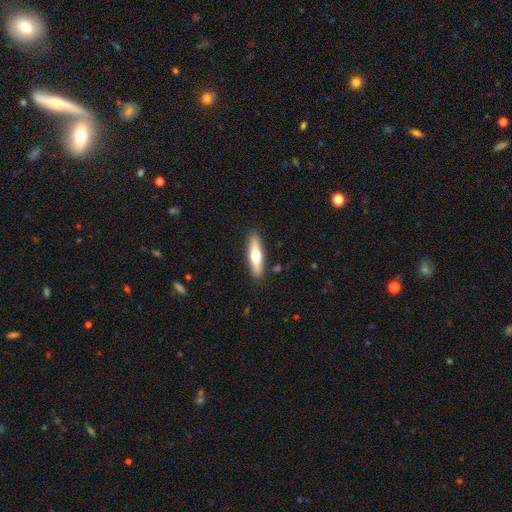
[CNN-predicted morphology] Q: Smooth or featured?
A: smooth (50%); runner-up: featured or disk (44%)
Q: Merging?
A: none (88%); runner-up: minor disturbance (8%)